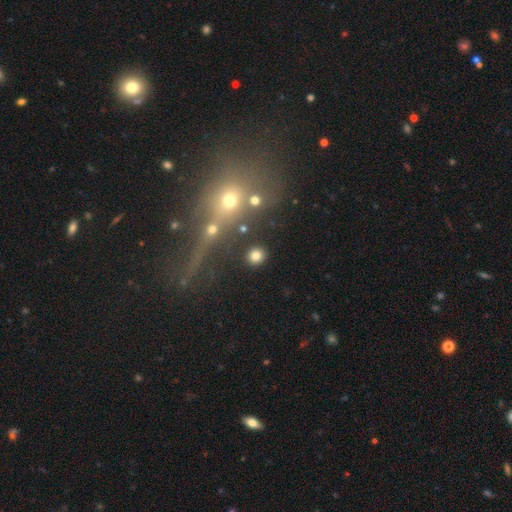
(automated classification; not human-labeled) Smooth or featured: smooth — 80% (star or artifact — 13%)
How rounded: round — 88% (in between — 10%)
Merging: none — 87% (minor disturbance — 6%)